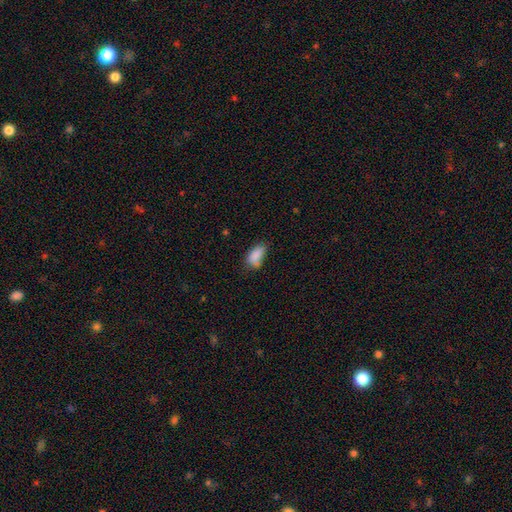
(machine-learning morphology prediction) type=smooth (85%); roundness=in between (91%); merging=none (49%).